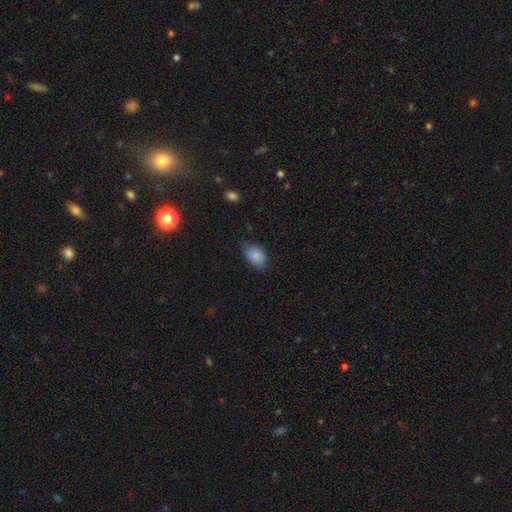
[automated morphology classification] A smooth galaxy with no disk features (85%) that is in between round and cigar-shaped (87%). Merging: none (65%).